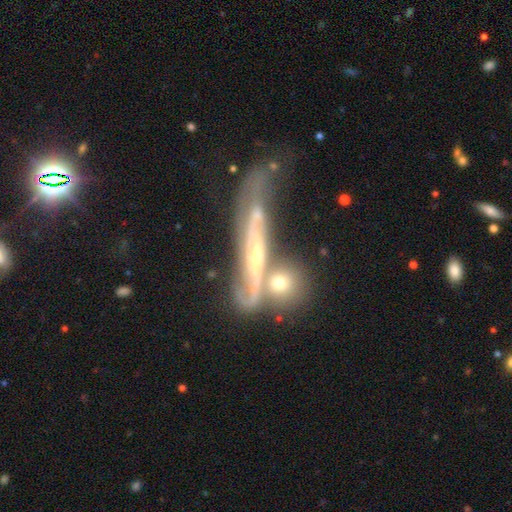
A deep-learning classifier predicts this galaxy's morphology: type=featured or disk (72%); edge-on=no (53%); merging=none (34%).